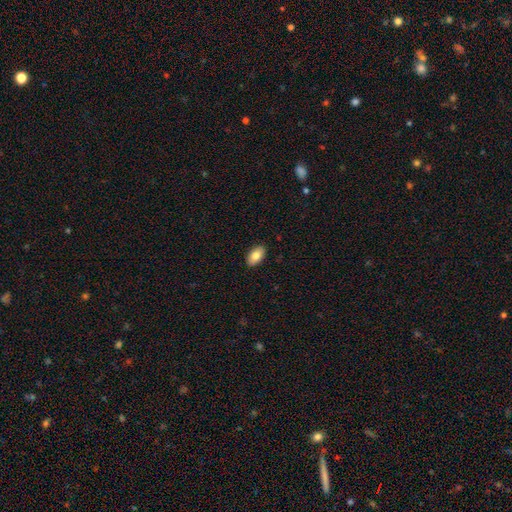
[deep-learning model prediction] Q: Smooth or featured?
A: smooth (81%); runner-up: featured or disk (12%)
Q: How rounded?
A: in between (93%); runner-up: round (4%)
Q: Merging?
A: none (90%); runner-up: minor disturbance (8%)